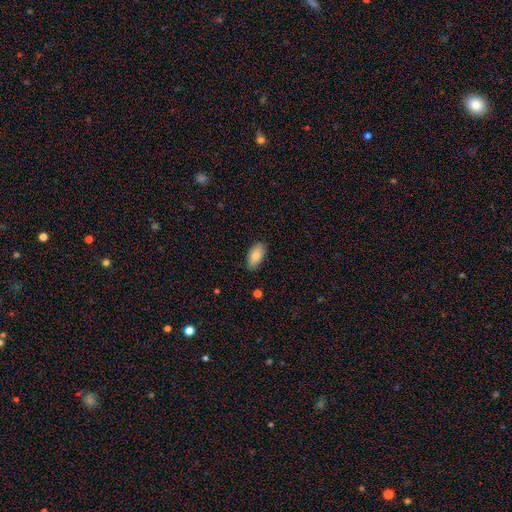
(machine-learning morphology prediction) Smooth or featured? smooth (82%)
How rounded? in between (90%)
Merging? none (84%)